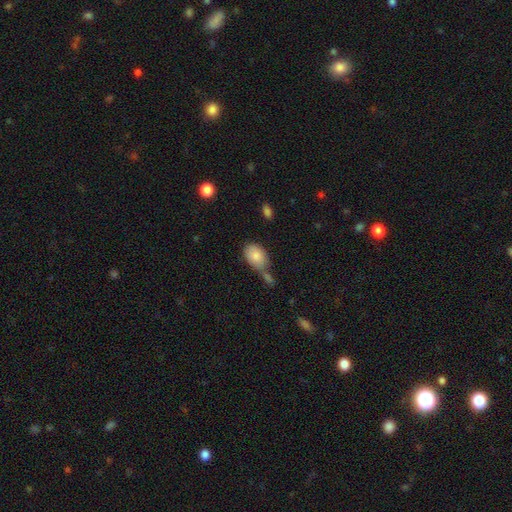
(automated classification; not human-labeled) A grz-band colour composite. It shows a smooth galaxy with no disk features (82%) that is in between round and cigar-shaped (87%). Merging: none (45%).